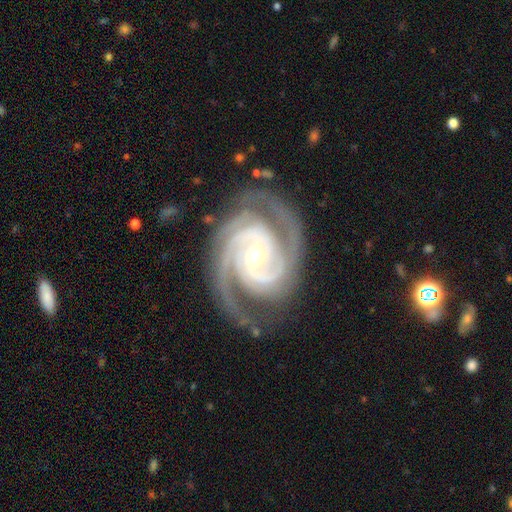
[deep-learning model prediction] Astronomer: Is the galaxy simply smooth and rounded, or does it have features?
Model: featured or disk — 94%.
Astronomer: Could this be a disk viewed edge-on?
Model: no — 98%.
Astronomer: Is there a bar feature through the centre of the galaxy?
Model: no — 54% (runner-up: weak, 29%).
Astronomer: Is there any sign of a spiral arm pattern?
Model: yes — 99%.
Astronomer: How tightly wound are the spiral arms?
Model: tight — 66%.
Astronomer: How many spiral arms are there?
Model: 3 — 44% (runner-up: 2, 35%).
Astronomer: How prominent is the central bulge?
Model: moderate — 52% (runner-up: small, 44%).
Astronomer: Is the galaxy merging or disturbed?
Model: none — 77%.